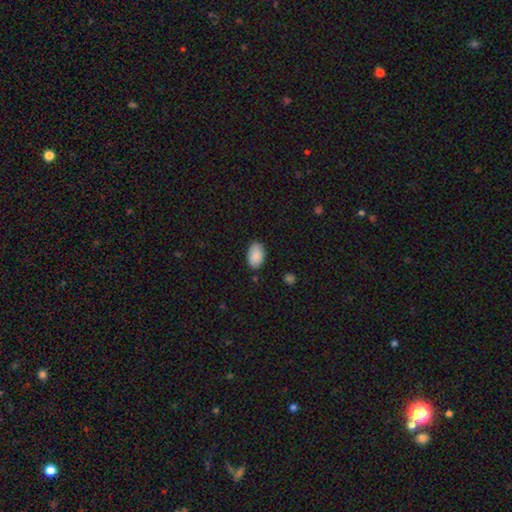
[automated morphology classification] The model was most divided on "merging": none: 83%, minor disturbance: 13%, major disturbance: 3%, merger: 1%. More confident: how rounded — in between (92%); smooth or featured — smooth (89%).